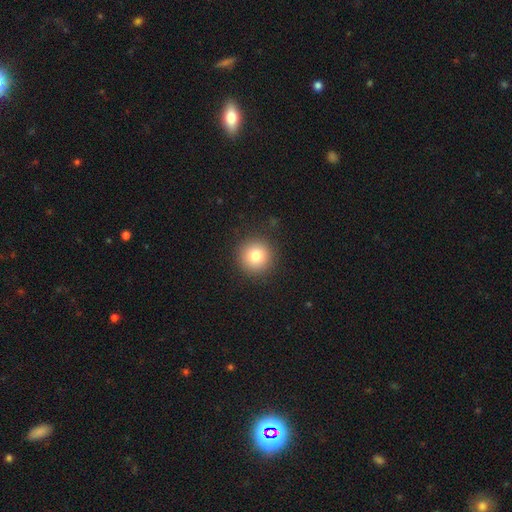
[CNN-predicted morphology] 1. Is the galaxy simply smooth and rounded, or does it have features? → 81% smooth, 11% star or artifact, 9% featured or disk.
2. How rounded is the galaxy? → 95% round, 4% in between, 1% cigar-shaped.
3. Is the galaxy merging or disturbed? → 90% none, 6% minor disturbance, 2% major disturbance, 1% merger.